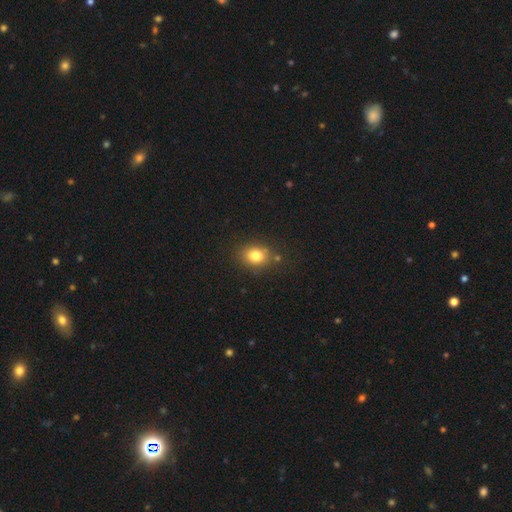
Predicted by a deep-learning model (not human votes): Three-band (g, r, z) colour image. It shows a smooth galaxy with no disk features (79%) that is round (51%). Merging: none (78%).